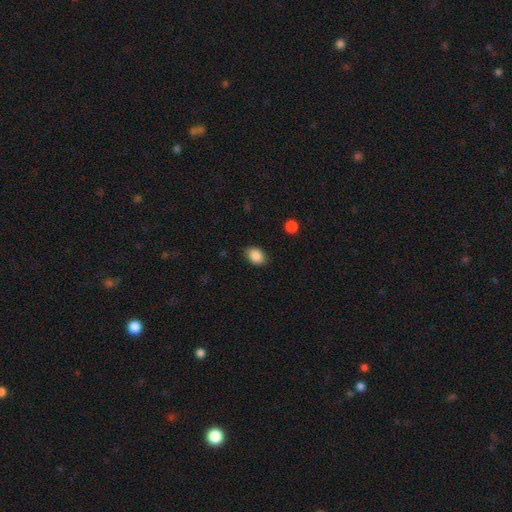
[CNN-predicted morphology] type=smooth (88%); roundness=in between (80%); merging=none (85%).